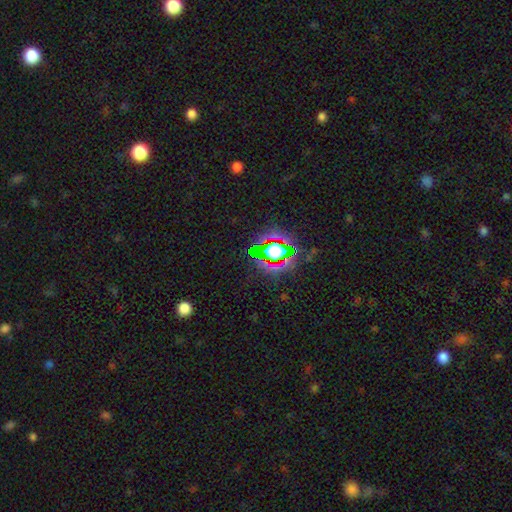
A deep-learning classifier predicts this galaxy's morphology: Smooth or featured?
  - star or artifact: 80% *
  - smooth: 12%
  - featured or disk: 8%